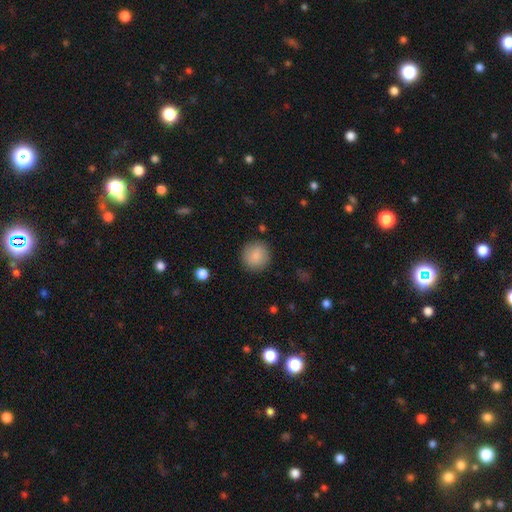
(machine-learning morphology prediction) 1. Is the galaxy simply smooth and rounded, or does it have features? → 88% smooth, 7% star or artifact, 5% featured or disk.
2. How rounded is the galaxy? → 93% round, 6% in between, 1% cigar-shaped.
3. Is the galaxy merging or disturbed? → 89% none, 7% minor disturbance, 2% major disturbance, 1% merger.